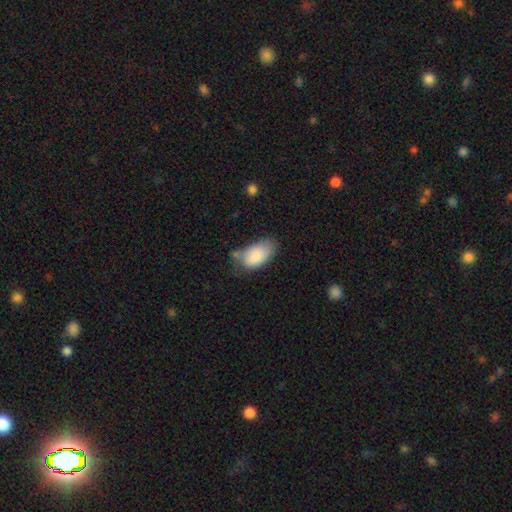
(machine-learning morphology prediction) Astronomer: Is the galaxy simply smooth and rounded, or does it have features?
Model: smooth — 85%.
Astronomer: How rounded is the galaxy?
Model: in between — 94%.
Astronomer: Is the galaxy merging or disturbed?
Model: none — 50% (runner-up: minor disturbance, 33%).